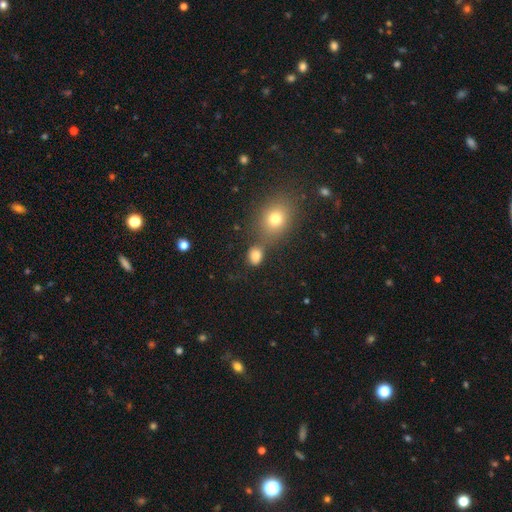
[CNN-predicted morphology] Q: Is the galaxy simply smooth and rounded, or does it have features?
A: smooth — 80%.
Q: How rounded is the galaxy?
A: round — 50%.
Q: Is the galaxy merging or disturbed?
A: none — 60%.